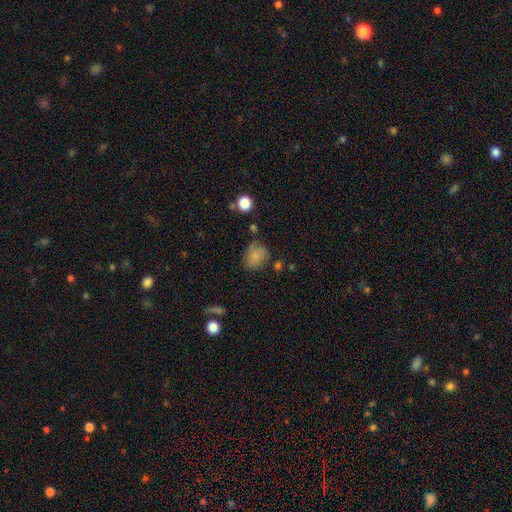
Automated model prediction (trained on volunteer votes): Smooth or featured? smooth (76%)
How rounded? in between (49%, tied with round)
Merging? none (55%)